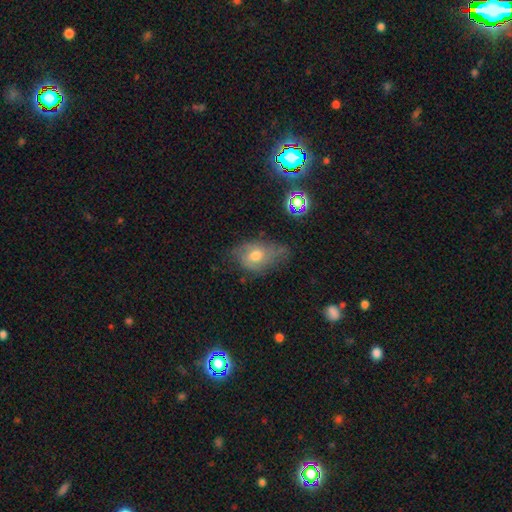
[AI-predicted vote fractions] smooth_or_featured: smooth (p=0.50) [alt: featured or disk p=0.37]
merging: none (p=0.47) [alt: minor disturbance p=0.34]